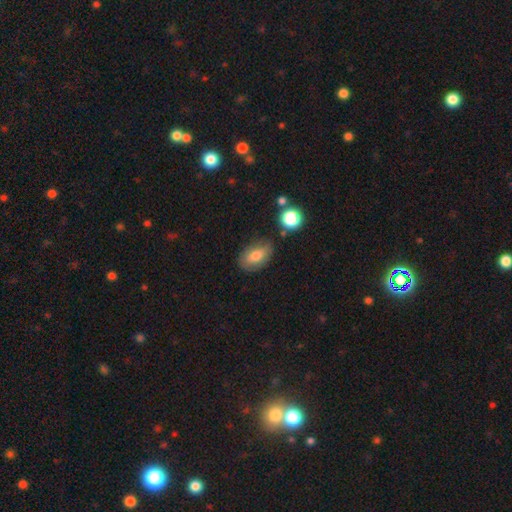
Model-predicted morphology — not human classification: Smooth or featured? smooth (74%)
How rounded? in between (89%)
Merging? none (71%)